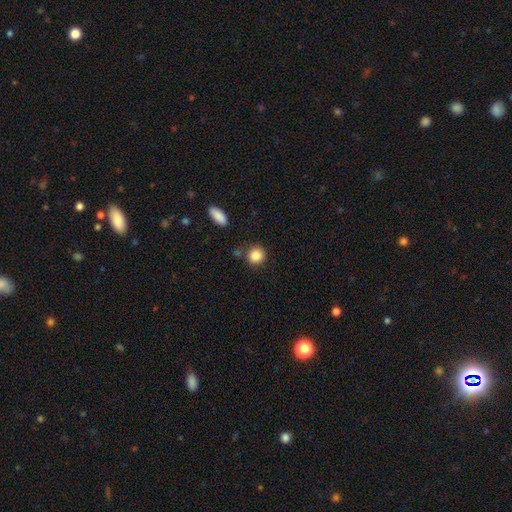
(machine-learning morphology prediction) A smooth galaxy with no disk features (86%) that is round (88%).

Vote fractions:
- Smooth or featured? smooth: 86% / star or artifact: 9% / featured or disk: 5%
- How rounded? round: 88% / in between: 11% / cigar-shaped: 1%
- Merging? none: 80% / minor disturbance: 10% / merger: 7% / major disturbance: 3%